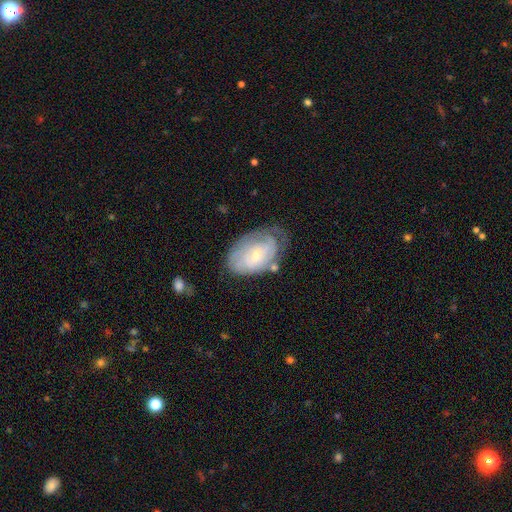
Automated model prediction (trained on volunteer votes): The model was most divided on "merging": none: 58%, minor disturbance: 26%, major disturbance: 12%, merger: 4%. More confident: edge-on disk — no (95%); spiral arms — yes (83%); bulge size — small (71%); spiral winding — tight (69%); smooth or featured — featured or disk (69%); bar — no (64%); spiral arm count — can't tell (56%).